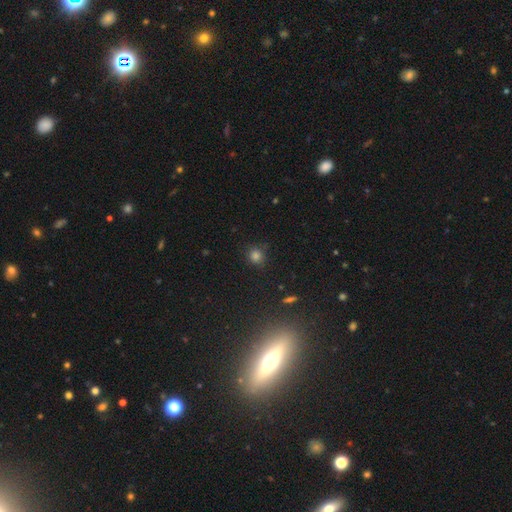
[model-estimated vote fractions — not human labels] This appears to be a smooth galaxy with no disk features (78%) that is round (88%). Merging: none (82%).